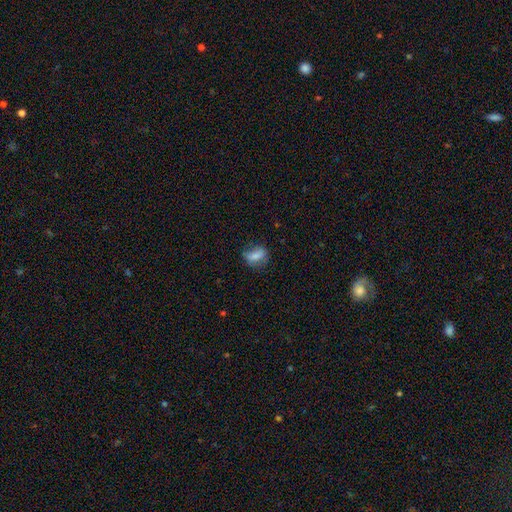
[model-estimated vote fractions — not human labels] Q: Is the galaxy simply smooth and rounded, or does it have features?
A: smooth — 73%.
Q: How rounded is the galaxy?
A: in between — 73%.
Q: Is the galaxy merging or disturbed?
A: none — 64%.